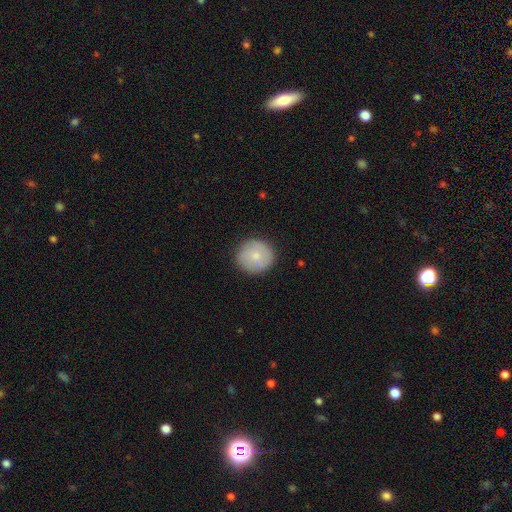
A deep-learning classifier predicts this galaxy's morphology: Smooth or featured: smooth — 78% (featured or disk — 15%)
How rounded: round — 91% (in between — 8%)
Merging: none — 85% (minor disturbance — 11%)